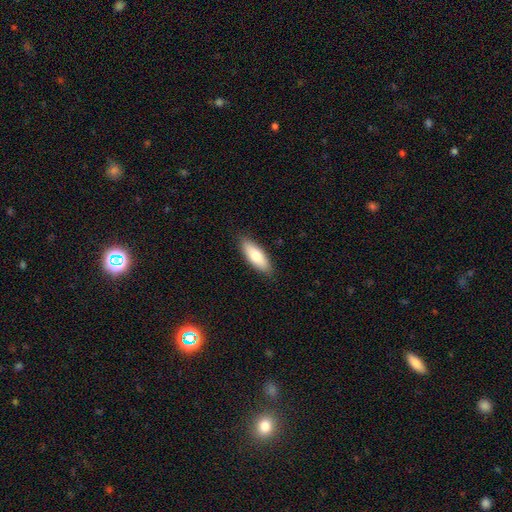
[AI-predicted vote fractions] A smooth galaxy with no disk features (75%) that is in between round and cigar-shaped (67%). Merging: none (87%).